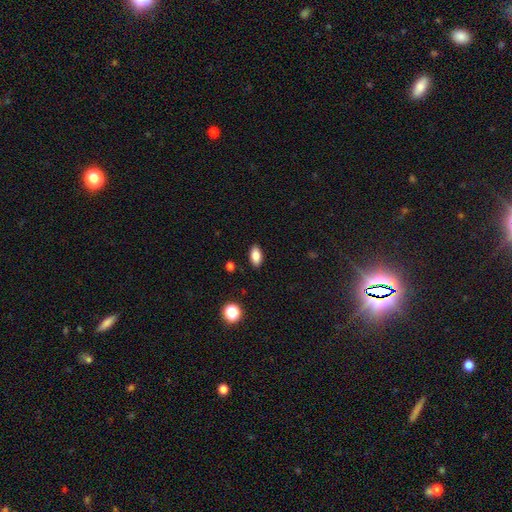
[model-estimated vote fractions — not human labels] This appears to be a smooth galaxy with no disk features (86%) that is in between round and cigar-shaped (91%). Merging: none (89%).